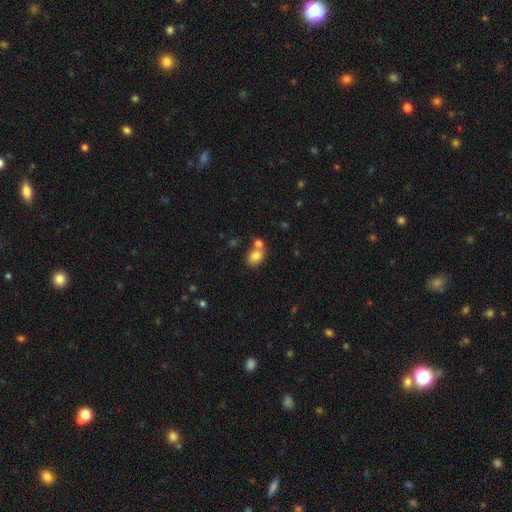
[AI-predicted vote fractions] A smooth galaxy with no disk features (80%) that is in between round and cigar-shaped (57%).

Vote fractions:
- Smooth or featured? smooth: 80% / star or artifact: 10% / featured or disk: 9%
- How rounded? in between: 57% / round: 42% / cigar-shaped: 1%
- Merging? none: 49% / merger: 36% / minor disturbance: 11% / major disturbance: 4%